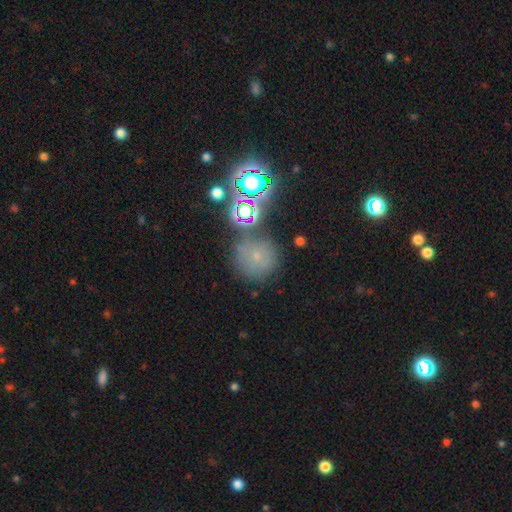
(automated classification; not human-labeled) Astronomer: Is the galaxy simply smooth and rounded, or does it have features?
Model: smooth — 45% (runner-up: star or artifact, 39%).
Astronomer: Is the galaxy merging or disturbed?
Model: none — 75%.